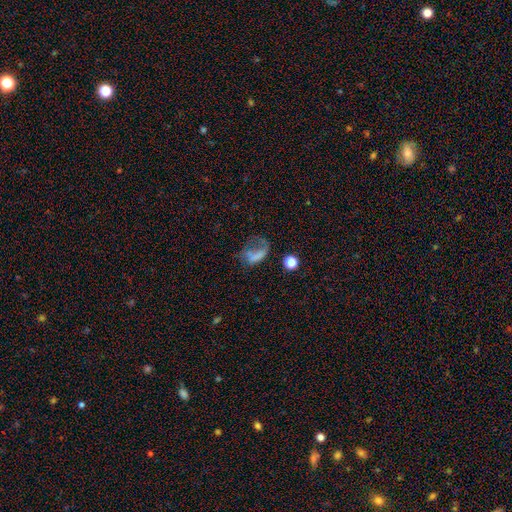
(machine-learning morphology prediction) A smooth galaxy with no disk features (49%). Merging: major disturbance (52%).